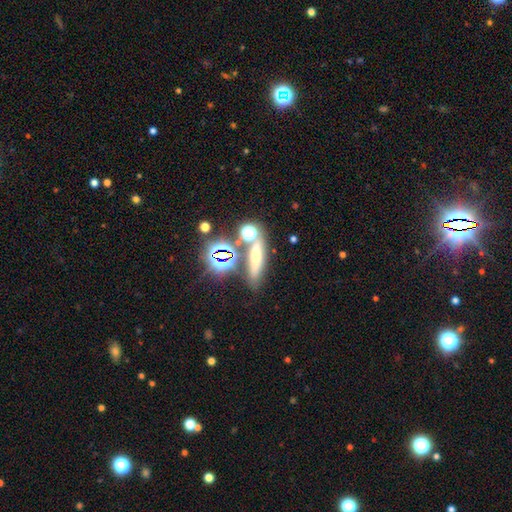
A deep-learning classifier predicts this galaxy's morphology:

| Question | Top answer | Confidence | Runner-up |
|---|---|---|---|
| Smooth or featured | smooth | 47% | star or artifact (32%) |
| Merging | none | 68% | merger (15%) |